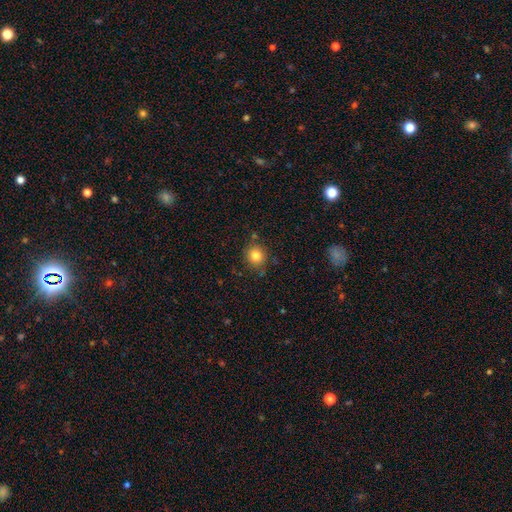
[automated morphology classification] The model was most divided on "merging": none: 81%, minor disturbance: 12%, merger: 3%, major disturbance: 3%. More confident: how rounded — round (86%); smooth or featured — smooth (81%).